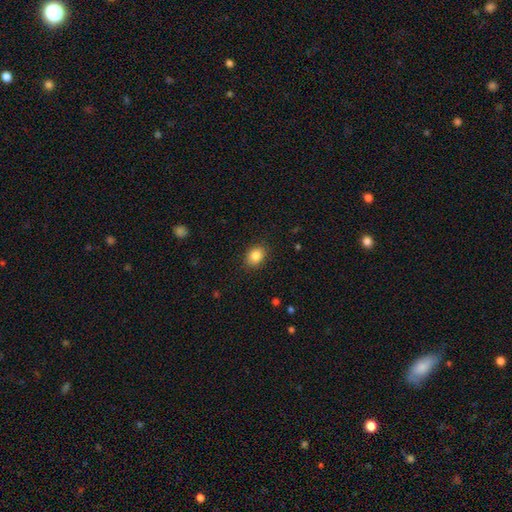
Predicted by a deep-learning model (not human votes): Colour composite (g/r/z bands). It shows a smooth galaxy with no disk features (85%) that is in between round and cigar-shaped (55%). Merging: none (88%).